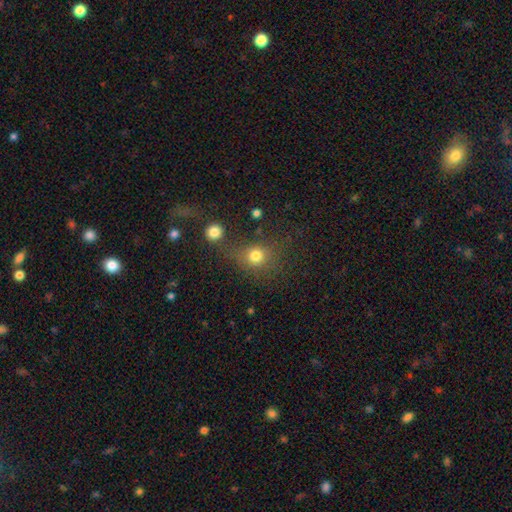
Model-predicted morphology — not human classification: The model was most divided on "merging": none: 62%, merger: 14%, minor disturbance: 14%, major disturbance: 10%. More confident: how rounded — round (79%); smooth or featured — smooth (75%).